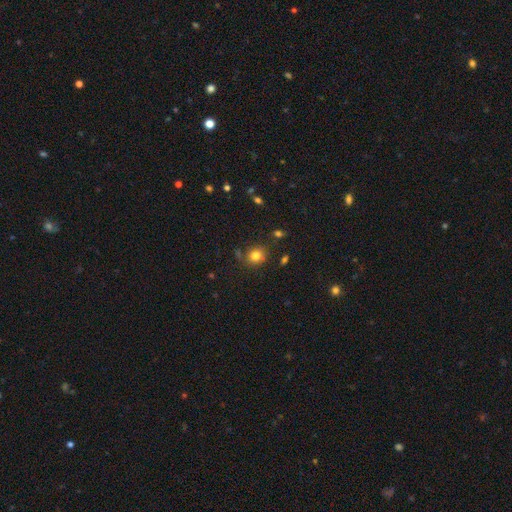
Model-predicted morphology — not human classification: A smooth galaxy with no disk features (79%) that is round (80%).

Vote fractions:
- Smooth or featured? smooth: 79% / star or artifact: 13% / featured or disk: 8%
- How rounded? round: 80% / in between: 19% / cigar-shaped: 1%
- Merging? none: 79% / minor disturbance: 13% / merger: 5% / major disturbance: 4%